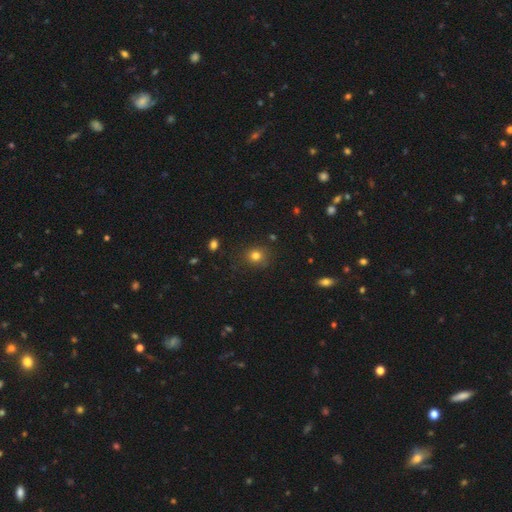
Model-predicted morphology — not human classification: Overall: smooth (79%). How rounded: round (80%). Merging: none (84%).